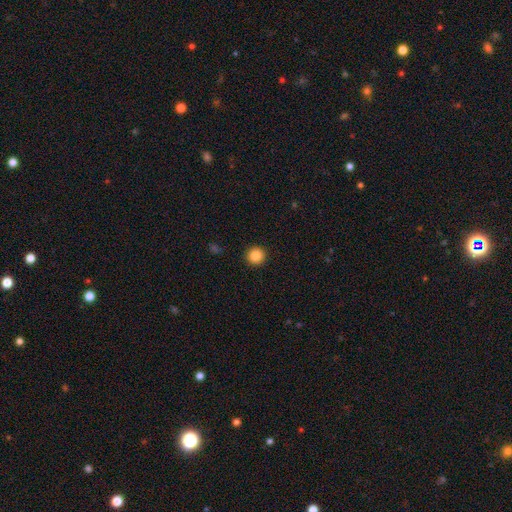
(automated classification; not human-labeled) Morphology: type=smooth (86%); roundness=round (94%); merging=none (93%).